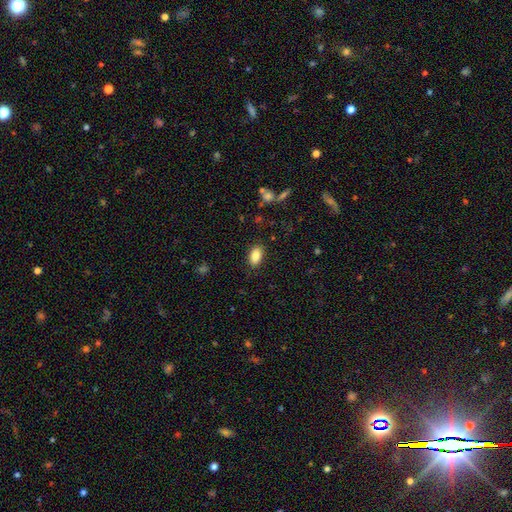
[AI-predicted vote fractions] A smooth galaxy with no disk features (86%) that is in between round and cigar-shaped (91%).

Vote fractions:
- Smooth or featured? smooth: 86% / star or artifact: 8% / featured or disk: 6%
- How rounded? in between: 91% / round: 6% / cigar-shaped: 3%
- Merging? none: 85% / minor disturbance: 10% / major disturbance: 3% / merger: 1%